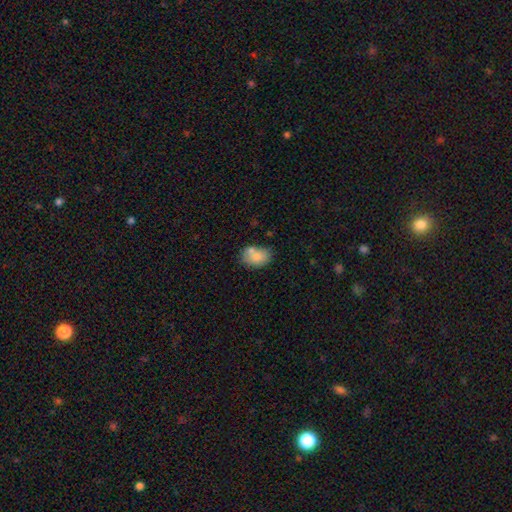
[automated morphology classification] Smooth or featured? smooth (79%)
How rounded? in between (80%)
Merging? none (58%)